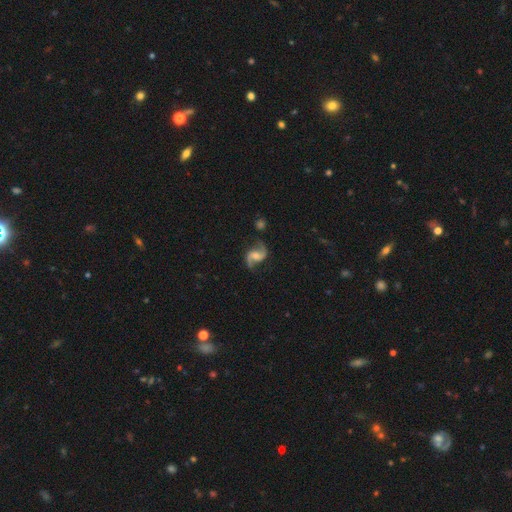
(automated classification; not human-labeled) smooth-or-featured: featured or disk: 89% | smooth: 6% | star or artifact: 5%
  disk-edge-on: no: 98% | yes: 2%
    bar: no: 44% | weak: 42% | strong: 13%
    has-spiral-arms: yes: 97% | no: 3%
      spiral-winding: loose: 62% | medium: 32% | tight: 6%
      spiral-arm-count: 2: 94% | can't tell: 2% | 1: 2% | 3: 1% | 4: 1% | more than 4: 1%
    bulge-size: moderate: 47% | small: 38% | none: 8% | large: 5% | dominant: 1%
  merging: none: 77% | minor disturbance: 14% | major disturbance: 6% | merger: 3%